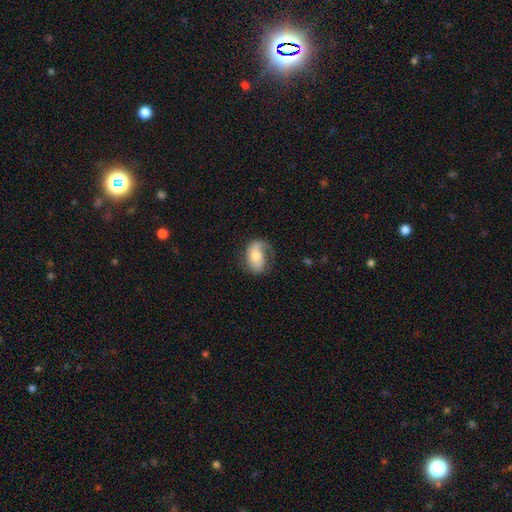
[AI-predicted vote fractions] Q: Smooth or featured?
A: featured or disk (50%); runner-up: smooth (43%)
Q: Edge-on disk?
A: no (96%); runner-up: yes (4%)
Q: Merging?
A: none (49%); runner-up: minor disturbance (26%)